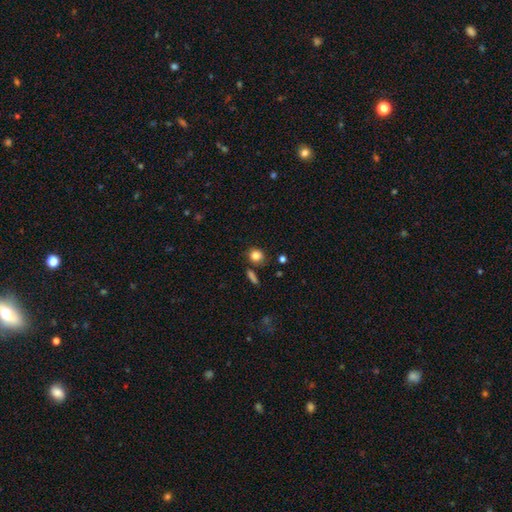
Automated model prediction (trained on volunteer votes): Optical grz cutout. It shows a smooth galaxy with no disk features (83%) that is round (76%). Merging: none (71%).